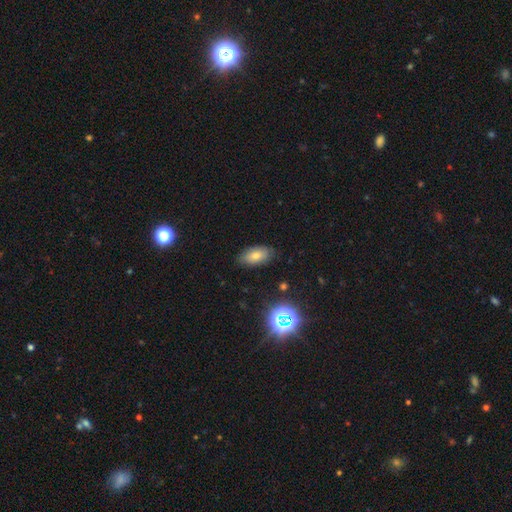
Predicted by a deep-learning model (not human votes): This appears to be a smooth galaxy with no disk features (72%) that is in between round and cigar-shaped (91%). Merging: none (83%).